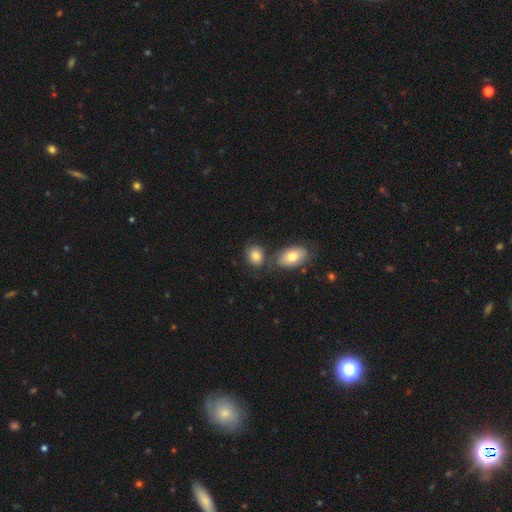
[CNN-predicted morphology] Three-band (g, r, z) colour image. It shows a smooth galaxy with no disk features (82%) that is in between round and cigar-shaped (57%). Merging: none (60%).